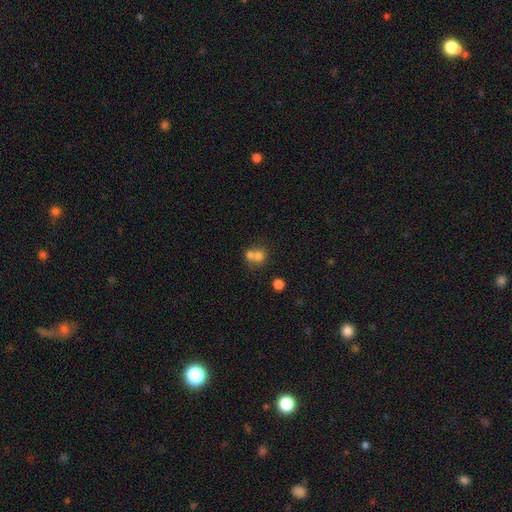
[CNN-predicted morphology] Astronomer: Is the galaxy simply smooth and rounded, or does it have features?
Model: smooth — 71%.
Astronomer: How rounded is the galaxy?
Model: round — 78%.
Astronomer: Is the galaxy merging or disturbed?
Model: merger — 59%.